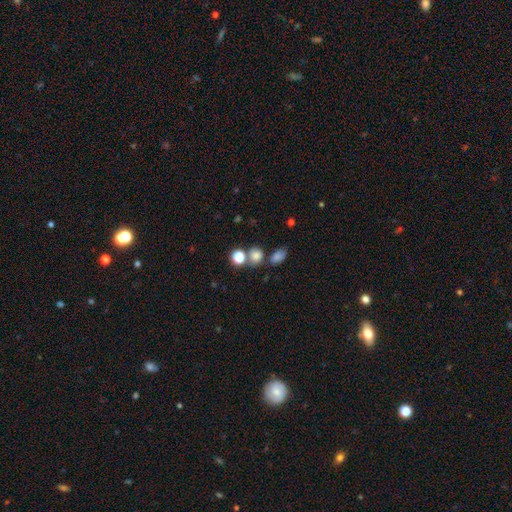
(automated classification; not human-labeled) Smooth or featured?
  - smooth: 75% *
  - star or artifact: 18%
  - featured or disk: 7%
How rounded?
  - round: 70% *
  - in between: 29%
  - cigar-shaped: 1%
Merging?
  - none: 60% *
  - merger: 25%
  - minor disturbance: 11%
  - major disturbance: 5%